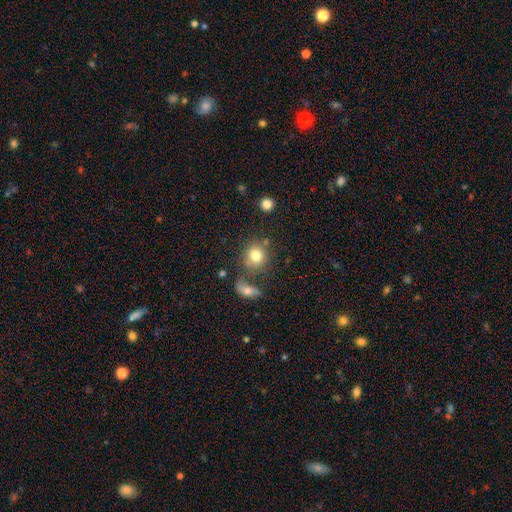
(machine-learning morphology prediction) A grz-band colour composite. It shows a smooth galaxy with no disk features (79%) that is round (82%). Merging: none (60%).